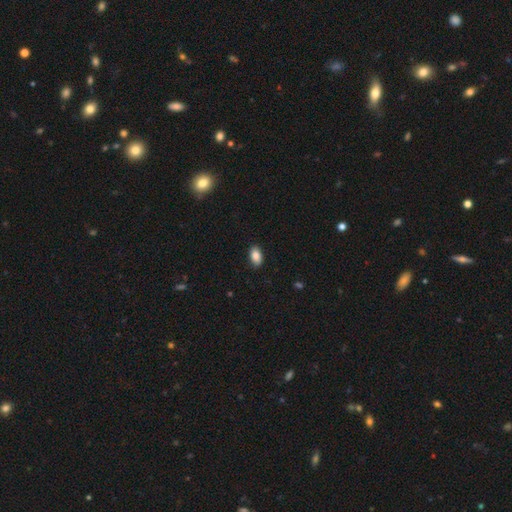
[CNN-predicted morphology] smooth-or-featured: smooth: 86% | star or artifact: 8% | featured or disk: 7%
  how-rounded: in between: 92% | round: 7% | cigar-shaped: 2%
  merging: none: 88% | minor disturbance: 9% | major disturbance: 2% | merger: 1%